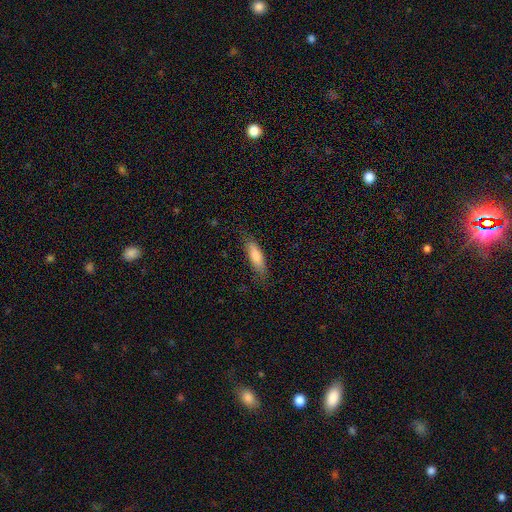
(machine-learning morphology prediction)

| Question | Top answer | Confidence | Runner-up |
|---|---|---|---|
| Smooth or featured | smooth | 78% | featured or disk (16%) |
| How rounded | cigar-shaped | 58% | in between (41%) |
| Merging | none | 78% | minor disturbance (17%) |